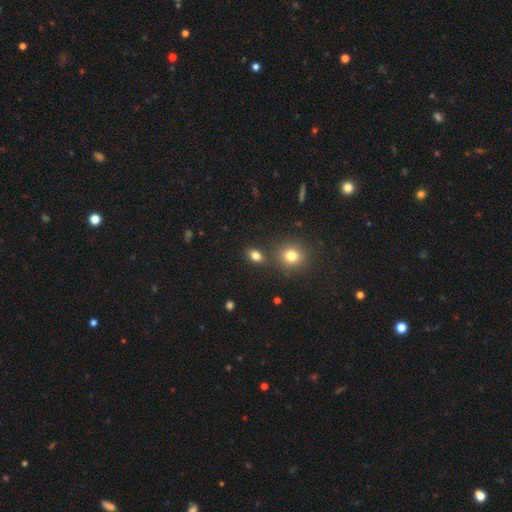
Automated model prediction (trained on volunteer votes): A smooth galaxy with no disk features (81%) that is in between round and cigar-shaped (73%).

Vote fractions:
- Smooth or featured? smooth: 81% / star or artifact: 12% / featured or disk: 6%
- How rounded? in between: 73% / round: 24% / cigar-shaped: 2%
- Merging? none: 78% / minor disturbance: 10% / merger: 9% / major disturbance: 3%